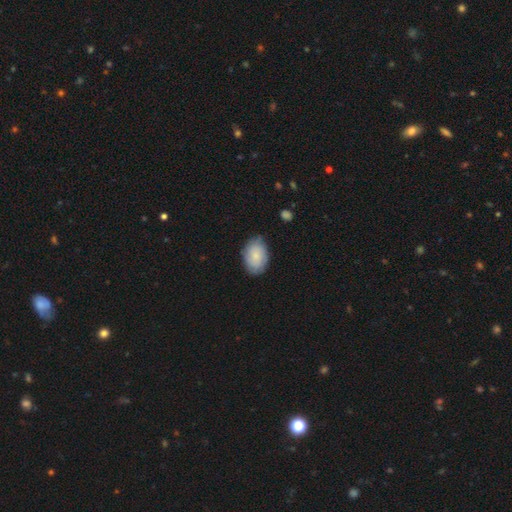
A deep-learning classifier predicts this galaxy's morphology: This appears to be a smooth galaxy with no disk features (73%) that is in between round and cigar-shaped (86%). Merging: none (74%).